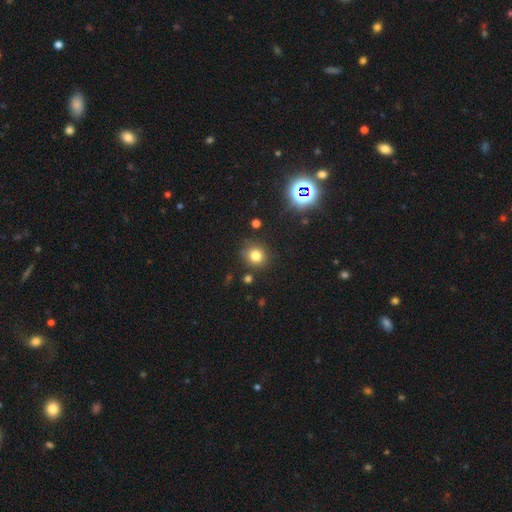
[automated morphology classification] smooth-or-featured: smooth: 78% | star or artifact: 15% | featured or disk: 7%
  how-rounded: round: 83% | in between: 16% | cigar-shaped: 1%
  merging: none: 83% | minor disturbance: 10% | merger: 4% | major disturbance: 3%